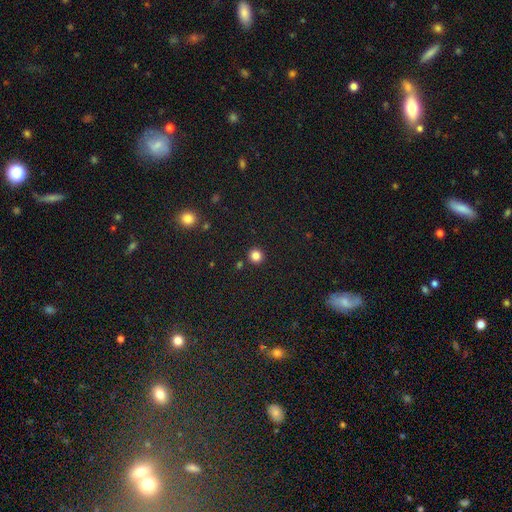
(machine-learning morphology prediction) Smooth or featured?
  - smooth: 84% *
  - star or artifact: 12%
  - featured or disk: 4%
How rounded?
  - round: 93% *
  - in between: 6%
  - cigar-shaped: 1%
Merging?
  - none: 91% *
  - minor disturbance: 5%
  - merger: 3%
  - major disturbance: 2%